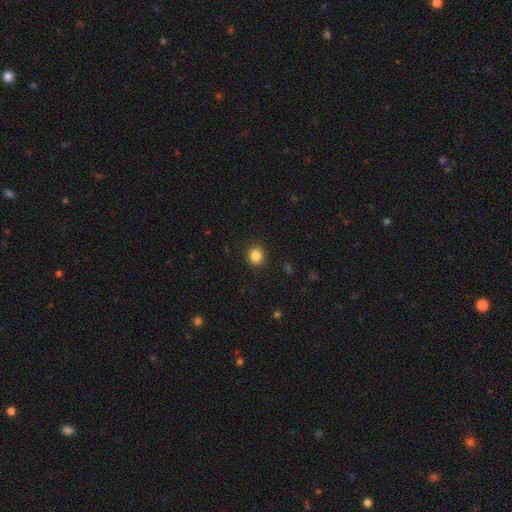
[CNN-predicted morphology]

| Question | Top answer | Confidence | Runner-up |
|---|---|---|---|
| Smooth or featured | smooth | 85% | star or artifact (11%) |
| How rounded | round | 82% | in between (18%) |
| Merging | none | 91% | minor disturbance (6%) |